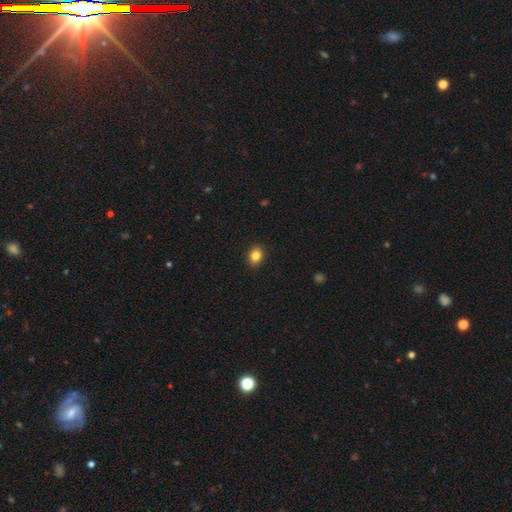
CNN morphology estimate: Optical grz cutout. It shows a smooth galaxy with no disk features (84%) that is in between round and cigar-shaped (54%). Merging: none (90%).